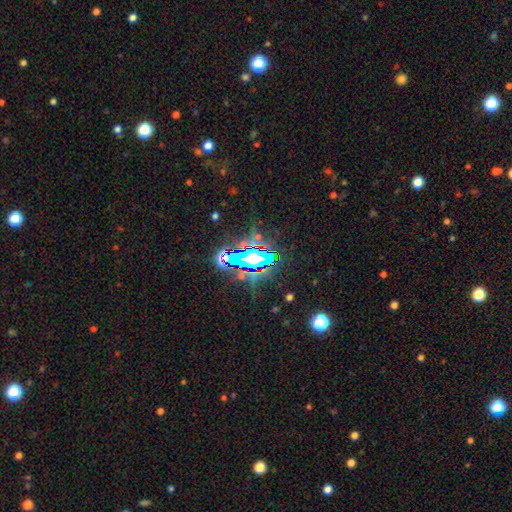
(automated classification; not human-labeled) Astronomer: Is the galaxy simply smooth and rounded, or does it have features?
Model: star or artifact — 77%.